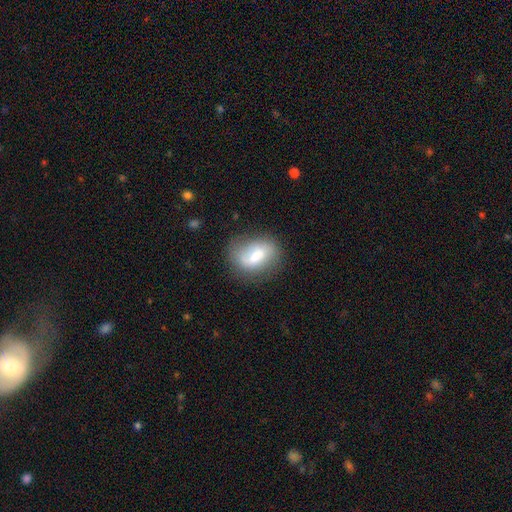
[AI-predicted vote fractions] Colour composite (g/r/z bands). It shows a smooth galaxy with no disk features (62%) that is in between round and cigar-shaped (73%). Merging: none (61%).